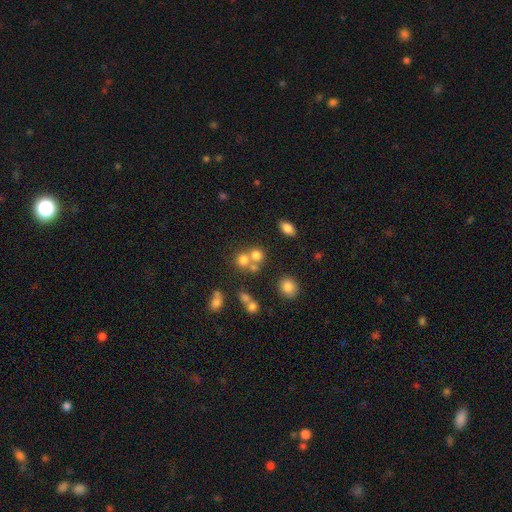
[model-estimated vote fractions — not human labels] Q: Smooth or featured?
A: smooth (69%); runner-up: star or artifact (16%)
Q: How rounded?
A: round (81%); runner-up: in between (17%)
Q: Merging?
A: merger (45%); runner-up: none (44%)